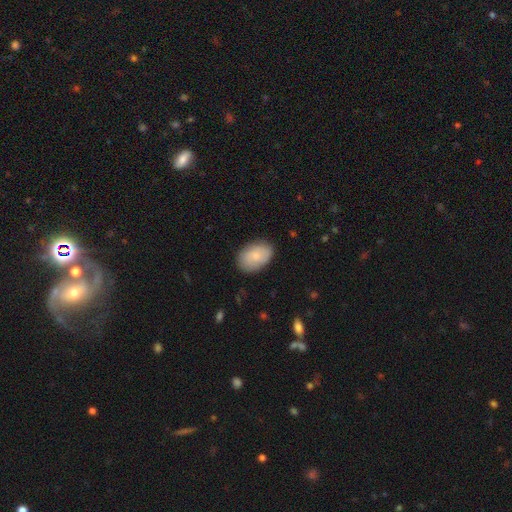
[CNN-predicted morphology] The model was most divided on "smooth or featured": smooth: 80%, featured or disk: 15%, star or artifact: 6%. More confident: how rounded — in between (87%); merging — none (82%).